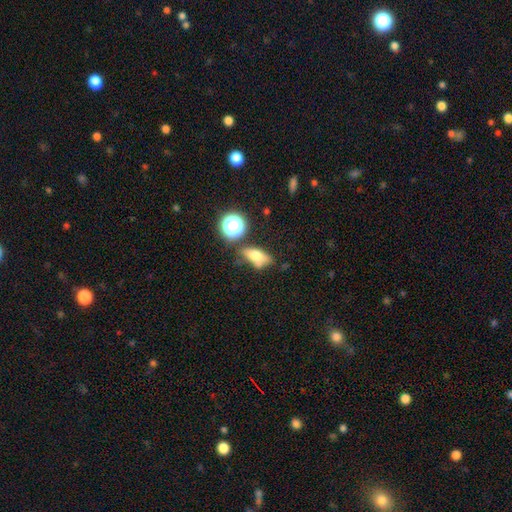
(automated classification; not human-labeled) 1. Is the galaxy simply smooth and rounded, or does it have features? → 63% smooth, 24% featured or disk, 13% star or artifact.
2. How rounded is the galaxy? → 76% in between, 13% round, 10% cigar-shaped.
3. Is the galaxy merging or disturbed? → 52% none, 23% minor disturbance, 13% merger, 11% major disturbance.